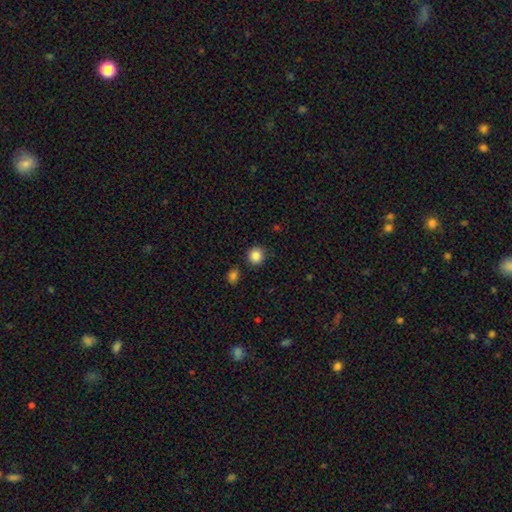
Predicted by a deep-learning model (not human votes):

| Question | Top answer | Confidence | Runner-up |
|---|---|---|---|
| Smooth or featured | smooth | 86% | star or artifact (10%) |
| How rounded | round | 91% | in between (8%) |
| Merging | none | 87% | minor disturbance (7%) |